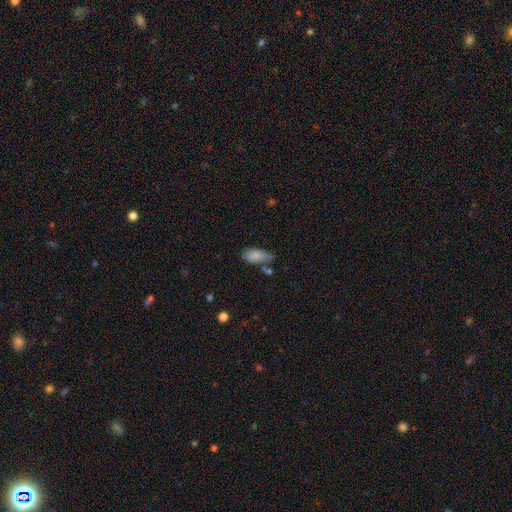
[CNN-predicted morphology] A smooth galaxy with no disk features (83%) that is in between round and cigar-shaped (89%). Merging: none (51%).